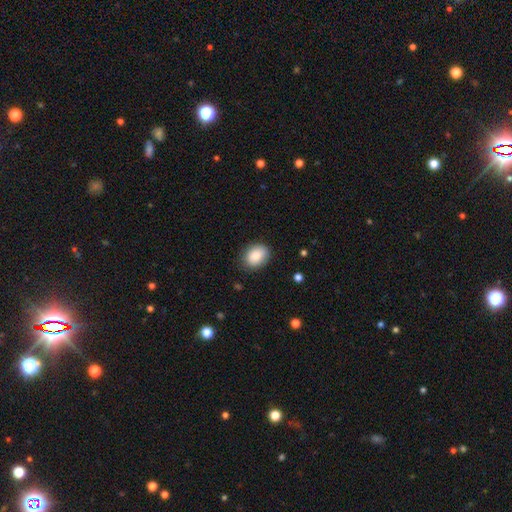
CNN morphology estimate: This appears to be a smooth galaxy with no disk features (87%) that is in between round and cigar-shaped (67%). Merging: none (85%).